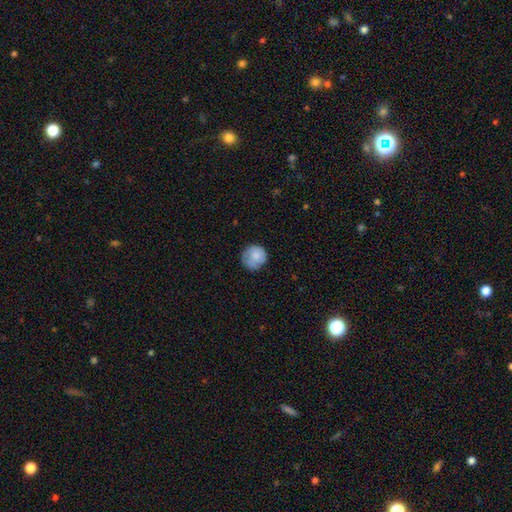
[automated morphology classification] smooth-or-featured: smooth: 81% | featured or disk: 12% | star or artifact: 7%
  how-rounded: round: 92% | in between: 7% | cigar-shaped: 1%
  merging: none: 74% | minor disturbance: 20% | major disturbance: 5% | merger: 1%